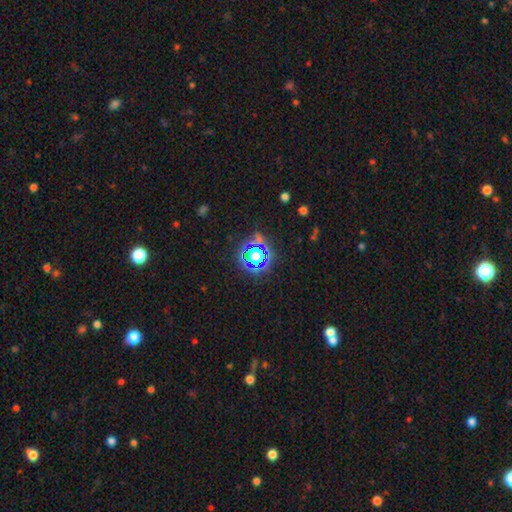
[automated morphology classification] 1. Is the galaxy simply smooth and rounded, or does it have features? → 61% star or artifact, 29% smooth, 10% featured or disk.